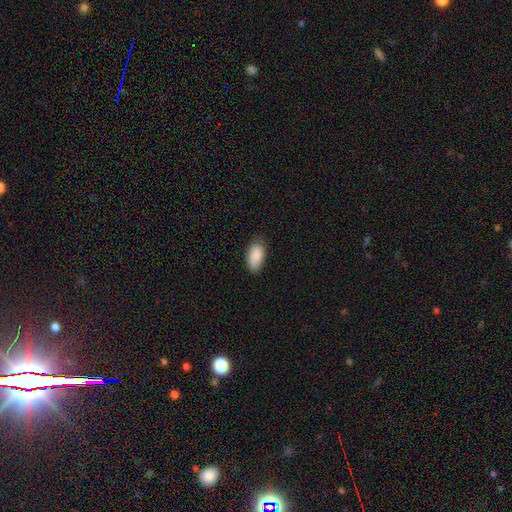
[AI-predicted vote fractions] smooth_or_featured: smooth (p=0.89) [alt: star or artifact p=0.06]
how_rounded: in between (p=0.93) [alt: cigar-shaped p=0.04]
merging: none (p=0.76) [alt: minor disturbance p=0.20]